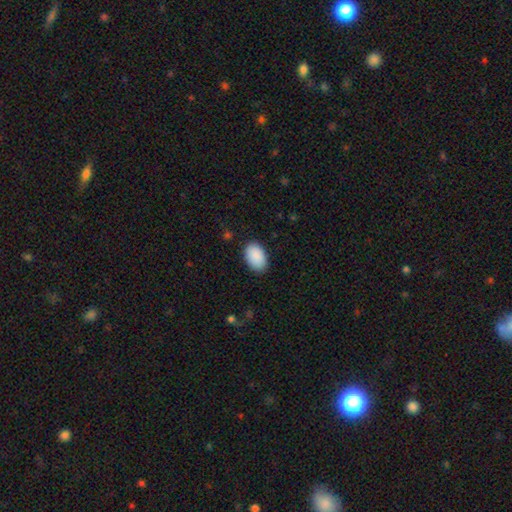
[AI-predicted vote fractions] Overall: smooth (91%). How rounded: in between (93%). Merging: none (87%).